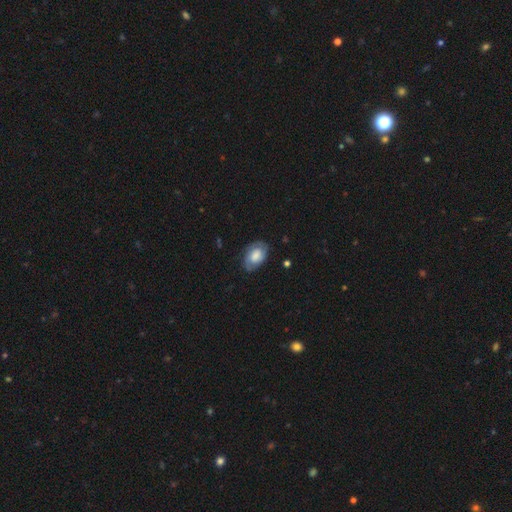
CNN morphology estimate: smooth-or-featured: smooth: 49% | featured or disk: 44% | star or artifact: 7%
  merging: none: 74% | minor disturbance: 19% | major disturbance: 5% | merger: 1%